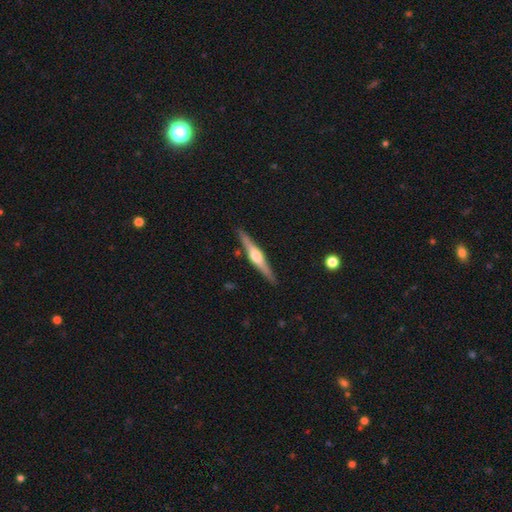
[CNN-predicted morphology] Q: Smooth or featured?
A: featured or disk (76%); runner-up: smooth (19%)
Q: Edge-on disk?
A: yes (98%); runner-up: no (2%)
Q: Edge-on bulge?
A: rounded (91%); runner-up: boxy (6%)
Q: Merging?
A: none (90%); runner-up: minor disturbance (7%)